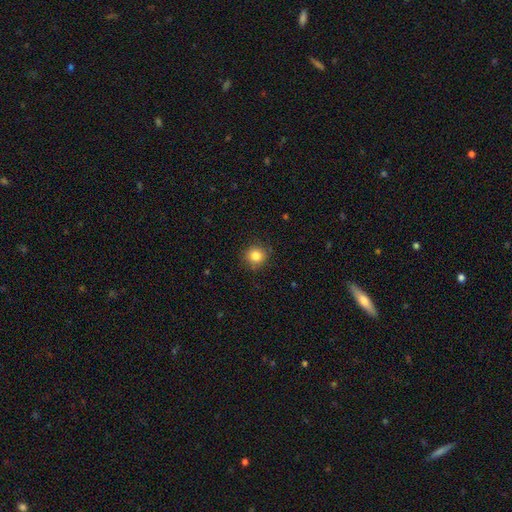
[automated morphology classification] Smooth or featured? smooth (83%)
How rounded? round (93%)
Merging? none (88%)